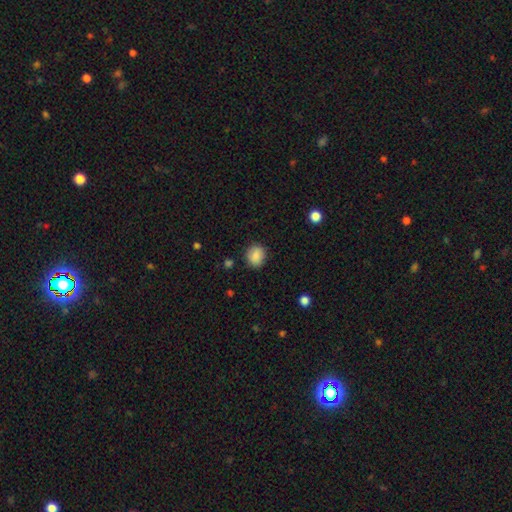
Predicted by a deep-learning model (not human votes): smooth 87%, star or artifact 8%, featured or disk 5%. Down the decision tree: how rounded — round (74%); merging — none (86%).